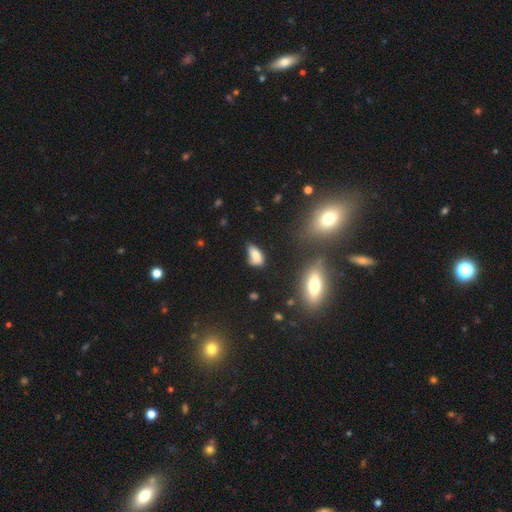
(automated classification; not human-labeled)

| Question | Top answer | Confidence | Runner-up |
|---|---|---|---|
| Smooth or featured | smooth | 76% | featured or disk (14%) |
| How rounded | in between | 88% | round (6%) |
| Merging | none | 46% | minor disturbance (33%) |